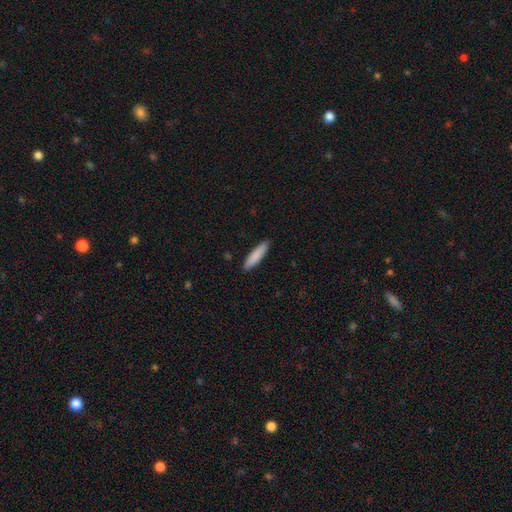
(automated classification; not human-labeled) smooth_or_featured: smooth (p=0.86) [alt: featured or disk p=0.08]
how_rounded: cigar-shaped (p=0.77) [alt: in between p=0.22]
merging: none (p=0.90) [alt: minor disturbance p=0.08]